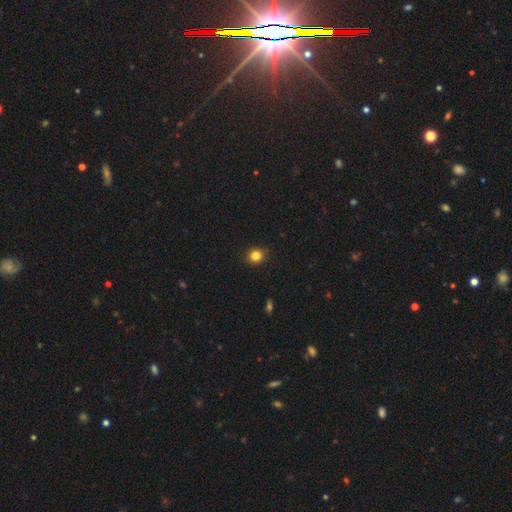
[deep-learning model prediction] smooth_or_featured: smooth (p=0.83) [alt: star or artifact p=0.12]
how_rounded: round (p=0.87) [alt: in between p=0.12]
merging: none (p=0.91) [alt: minor disturbance p=0.06]